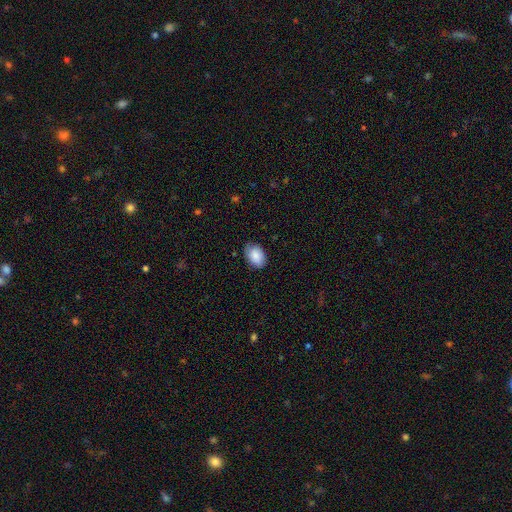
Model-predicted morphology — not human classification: Q: Smooth or featured?
A: smooth (86%); runner-up: featured or disk (8%)
Q: How rounded?
A: in between (88%); runner-up: round (11%)
Q: Merging?
A: none (76%); runner-up: minor disturbance (20%)